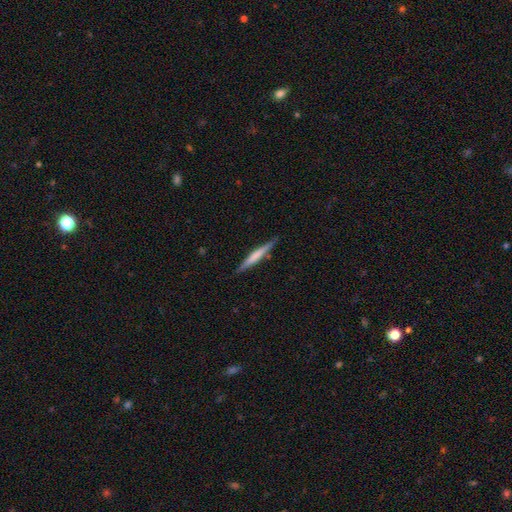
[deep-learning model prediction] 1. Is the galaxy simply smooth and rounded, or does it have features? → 51% smooth, 43% featured or disk, 5% star or artifact.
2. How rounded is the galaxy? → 95% cigar-shaped, 4% in between, 1% round.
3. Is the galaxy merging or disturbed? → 87% none, 10% minor disturbance, 2% major disturbance, 2% merger.